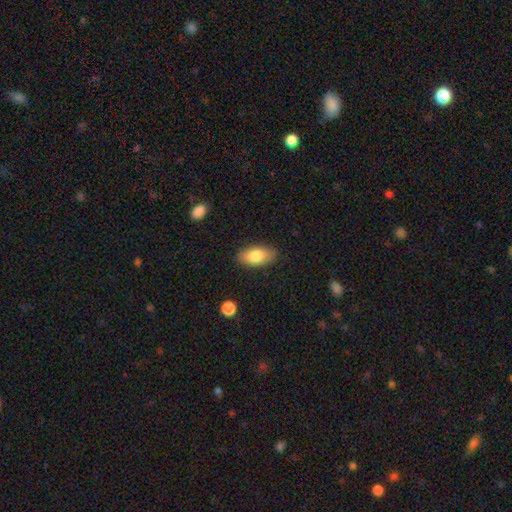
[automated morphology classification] type=smooth (82%); roundness=in between (93%); merging=none (86%).